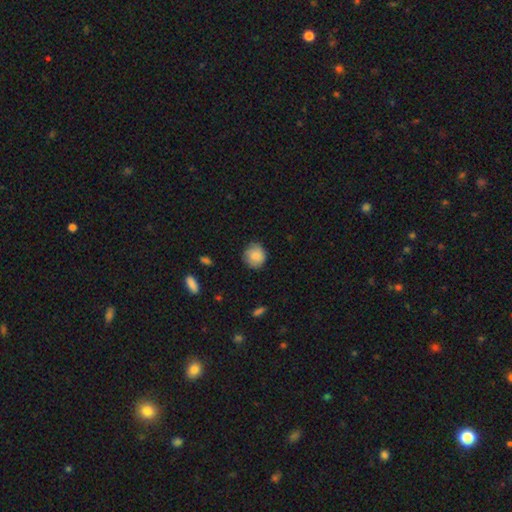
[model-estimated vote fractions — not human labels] Overall: smooth (83%). How rounded: round (87%). Merging: none (78%).